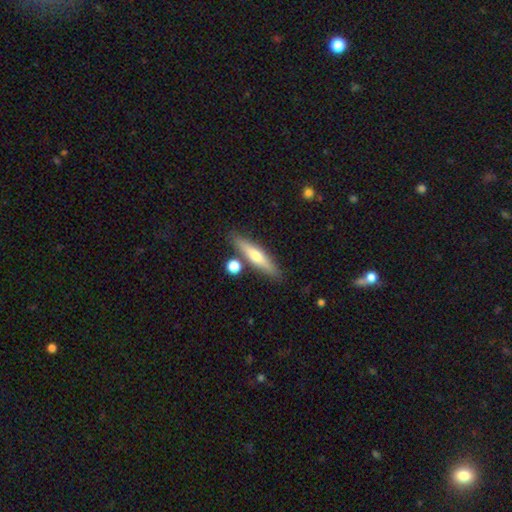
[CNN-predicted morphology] smooth 49%, featured or disk 45%, star or artifact 6%. Down the decision tree: merging — none (80%).